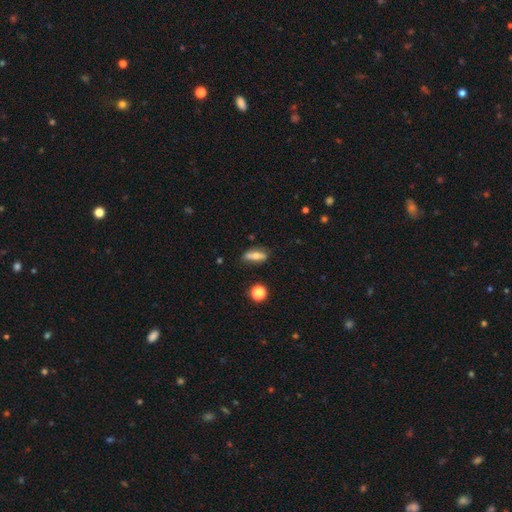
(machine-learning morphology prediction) type=smooth (51%); roundness=in between (57%); merging=none (69%).